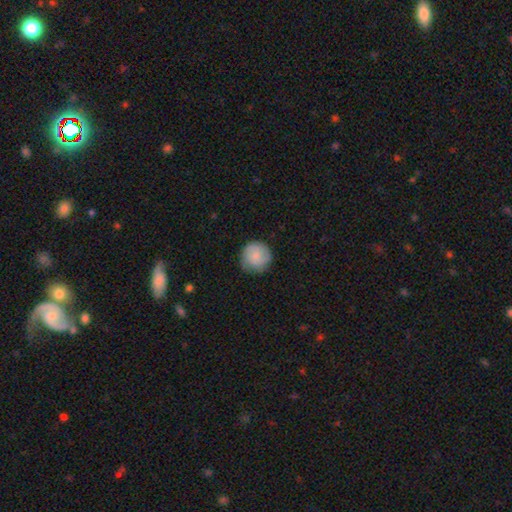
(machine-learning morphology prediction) Overall: smooth (75%). How rounded: round (94%). Merging: none (78%).